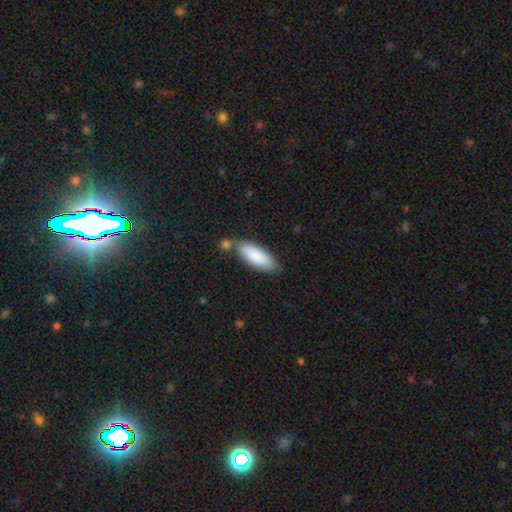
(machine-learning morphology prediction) Smooth or featured?
  - smooth: 86% *
  - featured or disk: 8%
  - star or artifact: 6%
How rounded?
  - in between: 68% *
  - cigar-shaped: 30%
  - round: 2%
Merging?
  - none: 68% *
  - minor disturbance: 16%
  - merger: 13%
  - major disturbance: 4%